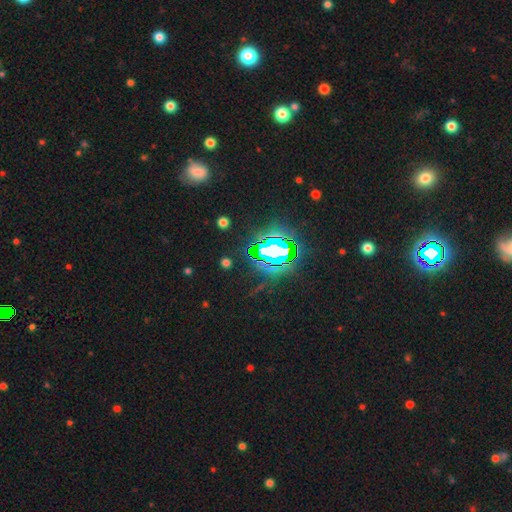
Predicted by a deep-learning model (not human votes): A star or artifact, not a galaxy (83%).

Vote fractions:
- Smooth or featured? star or artifact: 83% / smooth: 10% / featured or disk: 7%